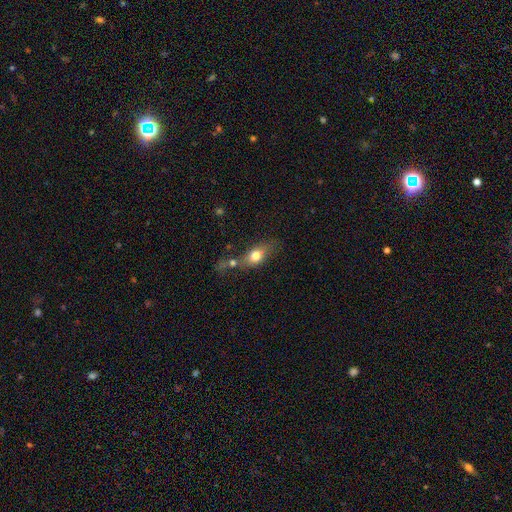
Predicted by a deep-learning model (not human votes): This is likely a smooth galaxy (70%). How rounded: likely in between (68%). Merging: marginally none (42%).